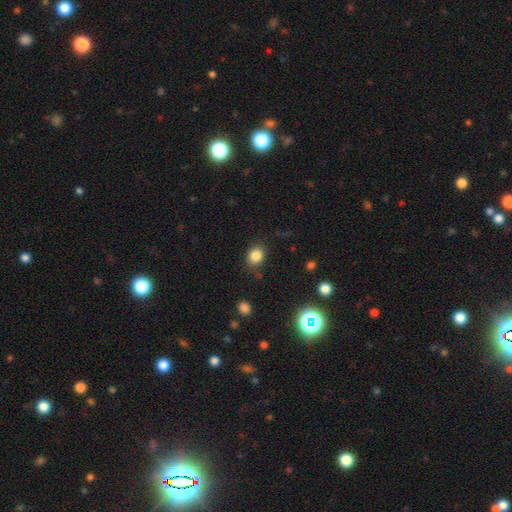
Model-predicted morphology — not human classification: type=smooth (83%); roundness=round (66%); merging=none (79%).